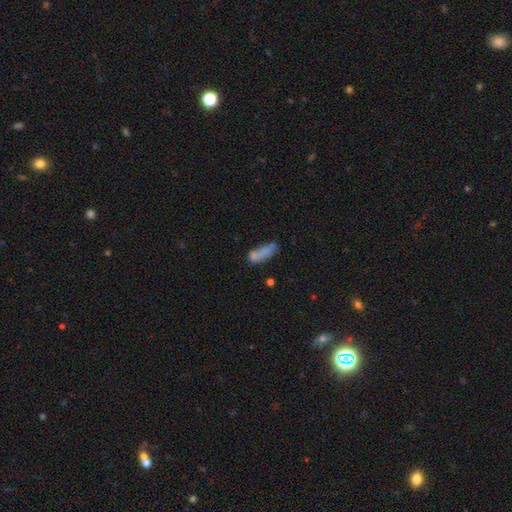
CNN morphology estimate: smooth-or-featured: smooth: 71% | featured or disk: 17% | star or artifact: 12%
  how-rounded: cigar-shaped: 57% | in between: 40% | round: 3%
  merging: none: 55% | minor disturbance: 23% | merger: 11% | major disturbance: 11%